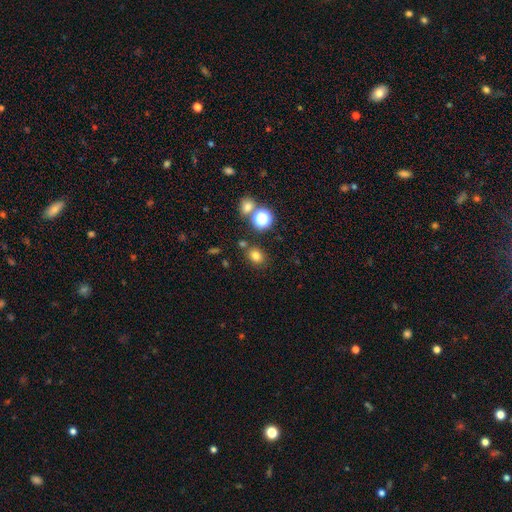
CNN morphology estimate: The model was most divided on "how rounded": round: 62%, in between: 37%, cigar-shaped: 1%. More confident: merging — none (78%); smooth or featured — smooth (75%).